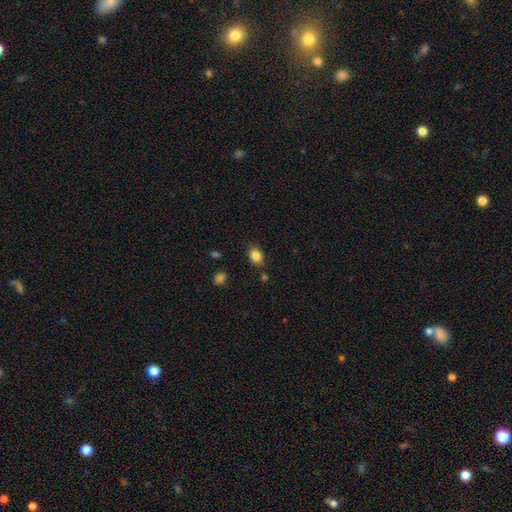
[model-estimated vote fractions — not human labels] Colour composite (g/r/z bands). It shows a smooth galaxy with no disk features (85%) that is in between round and cigar-shaped (65%). Merging: none (81%).